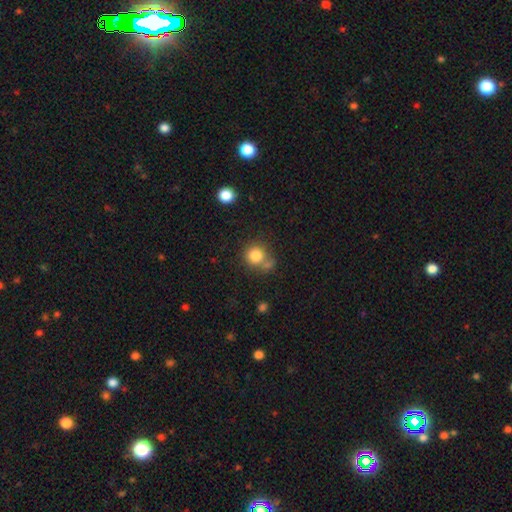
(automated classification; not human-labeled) Smooth or featured? Predicted: smooth (p=0.82). How rounded? Predicted: round (p=0.89). Merging? Predicted: none (p=0.59).